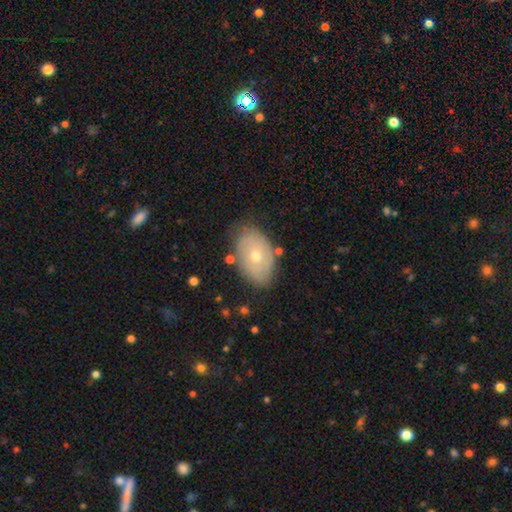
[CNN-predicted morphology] This is possibly a smooth galaxy (48%). Merging: likely none (77%).